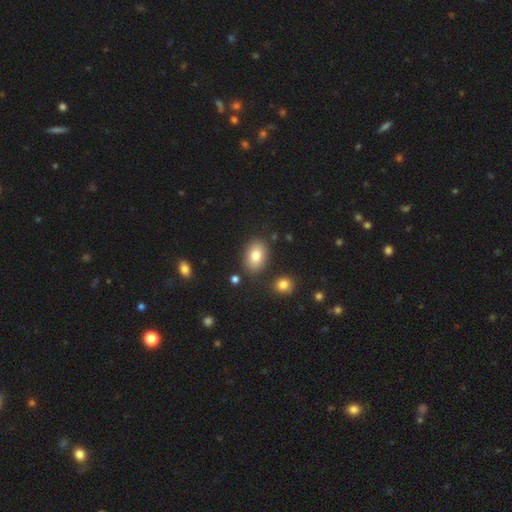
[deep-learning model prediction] Smooth or featured? Predicted: smooth (p=0.82). How rounded? Predicted: in between (p=0.82). Merging? Predicted: none (p=0.82).